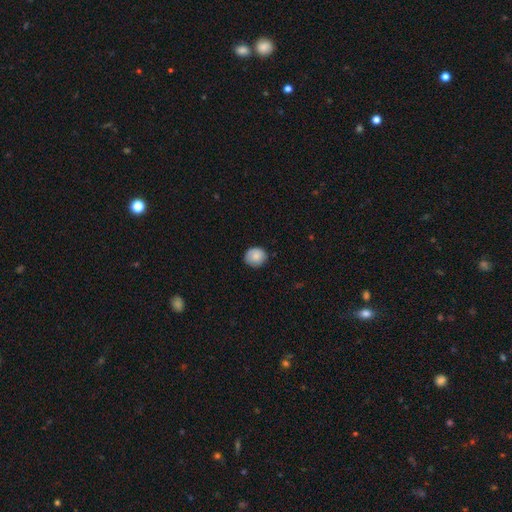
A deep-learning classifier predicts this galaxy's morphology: A smooth galaxy with no disk features (84%) that is round (84%).

Vote fractions:
- Smooth or featured? smooth: 84% / featured or disk: 9% / star or artifact: 8%
- How rounded? round: 84% / in between: 15% / cigar-shaped: 1%
- Merging? none: 82% / minor disturbance: 14% / major disturbance: 2% / merger: 1%